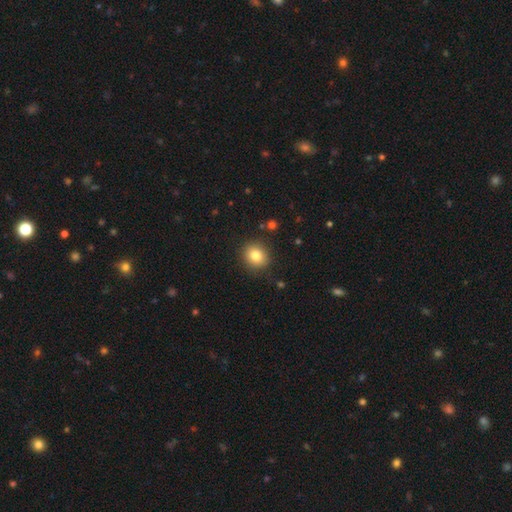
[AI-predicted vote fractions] This is clearly a smooth galaxy (81%). How rounded: clearly round (80%). Merging: clearly none (89%).